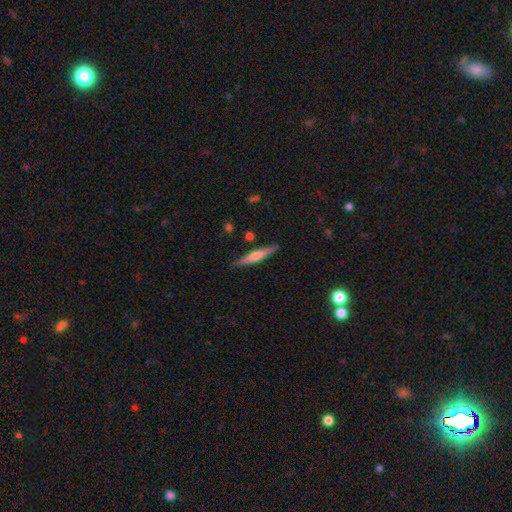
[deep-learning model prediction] Q: Smooth or featured?
A: featured or disk (49%); runner-up: smooth (45%)
Q: Merging?
A: none (88%); runner-up: minor disturbance (9%)